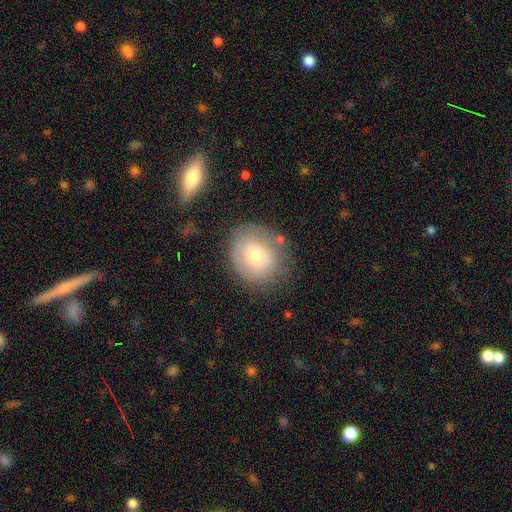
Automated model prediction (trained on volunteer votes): Overall: smooth (64%; featured or disk 28%). How rounded: round (74%). Merging: none (70%).